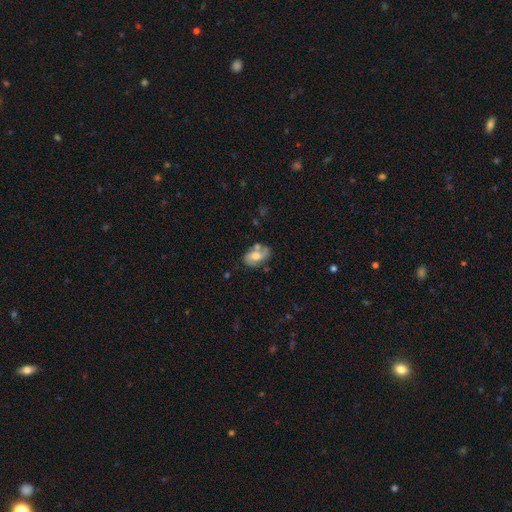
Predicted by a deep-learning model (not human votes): Smooth or featured? Predicted: featured or disk (p=0.49). Merging? Predicted: none (p=0.53).